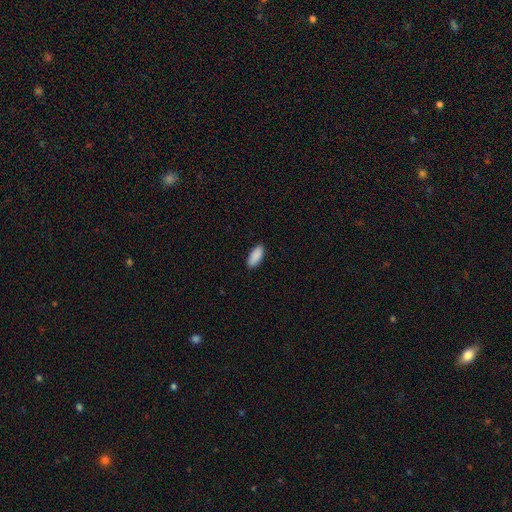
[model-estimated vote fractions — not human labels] Overall: smooth (91%). How rounded: in between (88%). Merging: none (89%).